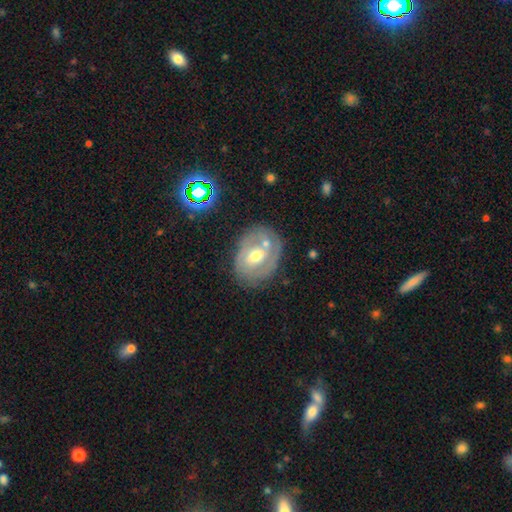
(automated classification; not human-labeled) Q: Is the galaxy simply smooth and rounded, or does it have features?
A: featured or disk — 68%.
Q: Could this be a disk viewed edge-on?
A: no — 95%.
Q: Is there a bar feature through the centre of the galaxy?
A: weak — 44%.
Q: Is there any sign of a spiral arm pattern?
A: yes — 67%.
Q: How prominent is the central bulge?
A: moderate — 68%.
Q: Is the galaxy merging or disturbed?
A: none — 67%.